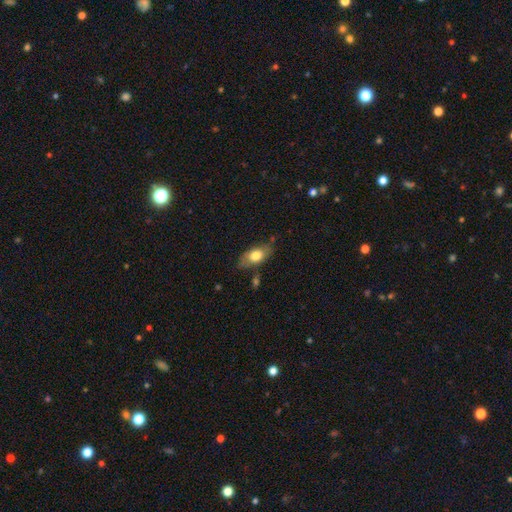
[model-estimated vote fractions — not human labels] A smooth galaxy with no disk features (70%) that is in between round and cigar-shaped (87%).

Vote fractions:
- Smooth or featured? smooth: 70% / featured or disk: 23% / star or artifact: 6%
- How rounded? in between: 87% / cigar-shaped: 7% / round: 5%
- Merging? none: 70% / minor disturbance: 21% / major disturbance: 5% / merger: 4%